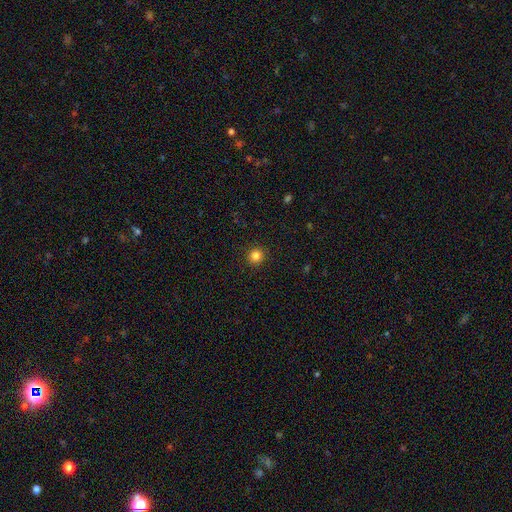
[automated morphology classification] Smooth or featured? smooth (84%)
How rounded? round (93%)
Merging? none (92%)